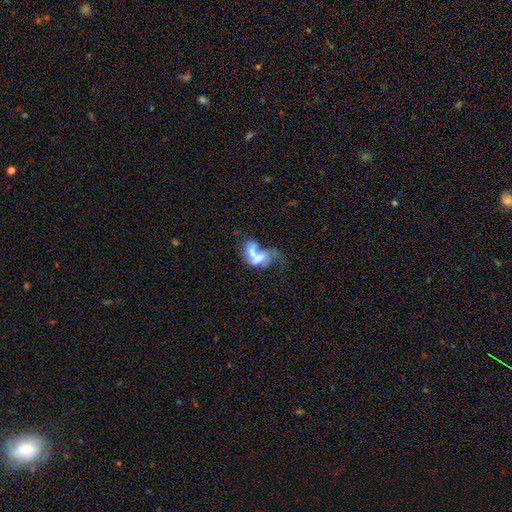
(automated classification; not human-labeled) Q: Smooth or featured?
A: featured or disk (49%); runner-up: smooth (42%)
Q: Merging?
A: merger (70%); runner-up: major disturbance (15%)